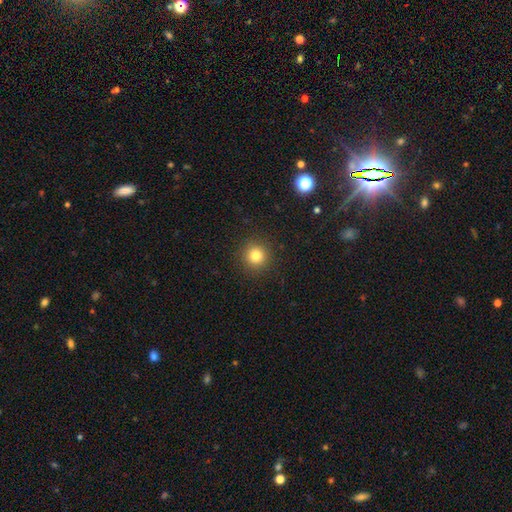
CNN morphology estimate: The model was most divided on "smooth or featured": smooth: 81%, star or artifact: 13%, featured or disk: 6%. More confident: how rounded — round (94%); merging — none (91%).